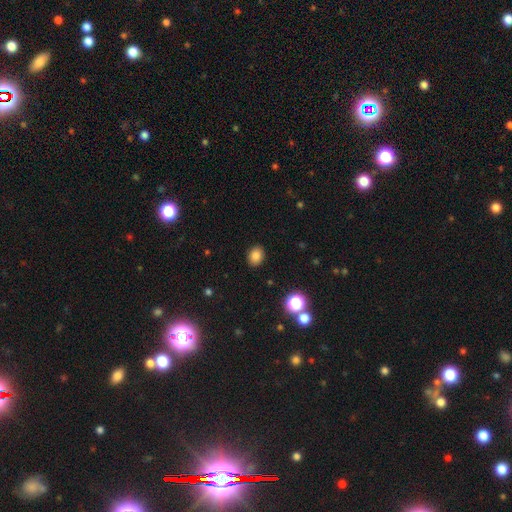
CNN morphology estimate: type=smooth (84%); roundness=in between (57%); merging=none (89%).